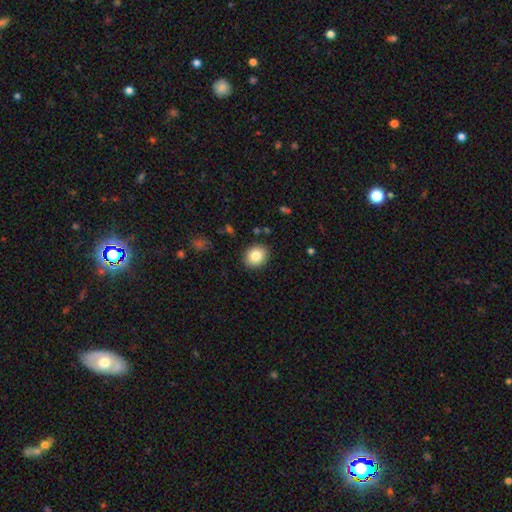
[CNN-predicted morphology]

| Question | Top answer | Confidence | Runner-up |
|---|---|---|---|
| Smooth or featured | smooth | 83% | star or artifact (9%) |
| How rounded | round | 60% | in between (39%) |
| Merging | none | 89% | minor disturbance (8%) |